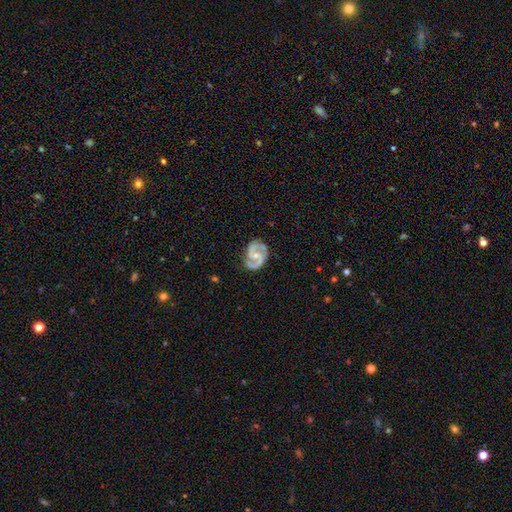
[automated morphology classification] Smooth or featured? Predicted: featured or disk (p=0.88). Edge-on disk? Predicted: no (p=0.98). Bar? Predicted: no (p=0.49). Spiral arms? Predicted: yes (p=0.97). Spiral winding? Predicted: medium (p=0.56). Spiral arm count? Predicted: 2 (p=0.91). Bulge size? Predicted: small (p=0.55). Merging? Predicted: none (p=0.74).